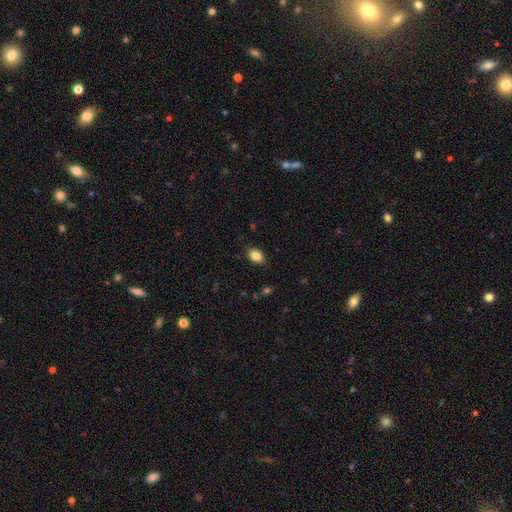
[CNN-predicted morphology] Smooth or featured: smooth — 84% (star or artifact — 9%)
How rounded: in between — 82% (round — 16%)
Merging: none — 82% (minor disturbance — 14%)